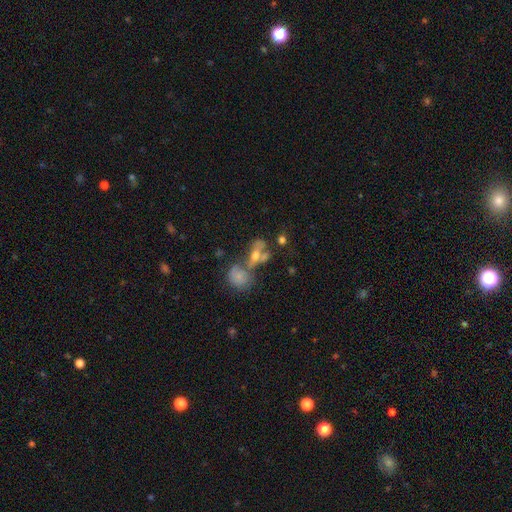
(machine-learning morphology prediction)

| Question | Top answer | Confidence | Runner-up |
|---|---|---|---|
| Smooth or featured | smooth | 41% | featured or disk (38%) |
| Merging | merger | 41% | none (37%) |